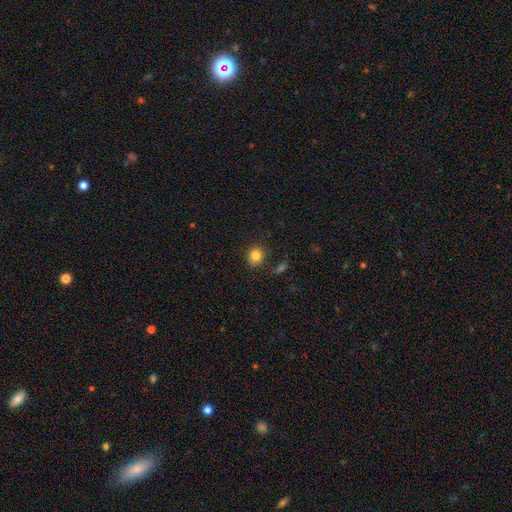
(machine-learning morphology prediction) Smooth or featured? Predicted: smooth (p=0.82). How rounded? Predicted: round (p=0.77). Merging? Predicted: none (p=0.81).